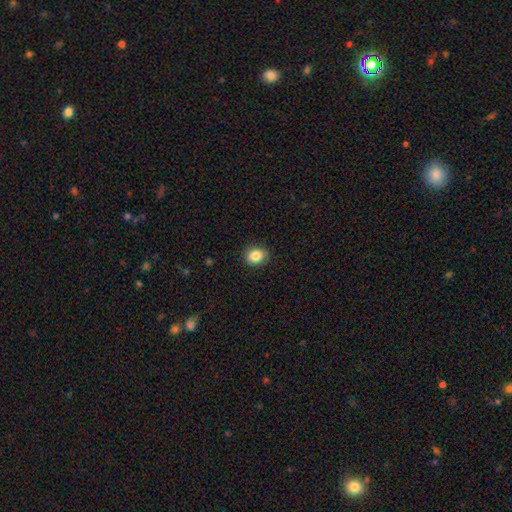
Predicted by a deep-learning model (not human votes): Smooth or featured? Predicted: smooth (p=0.86). How rounded? Predicted: round (p=0.57). Merging? Predicted: none (p=0.89).